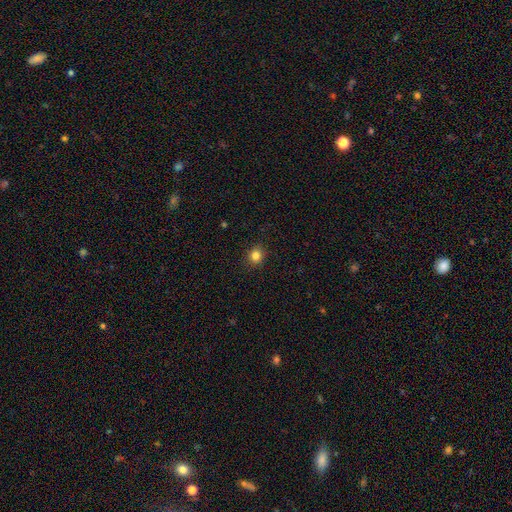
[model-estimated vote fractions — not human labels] This is clearly a smooth galaxy (83%). How rounded: clearly round (81%). Merging: clearly none (91%).